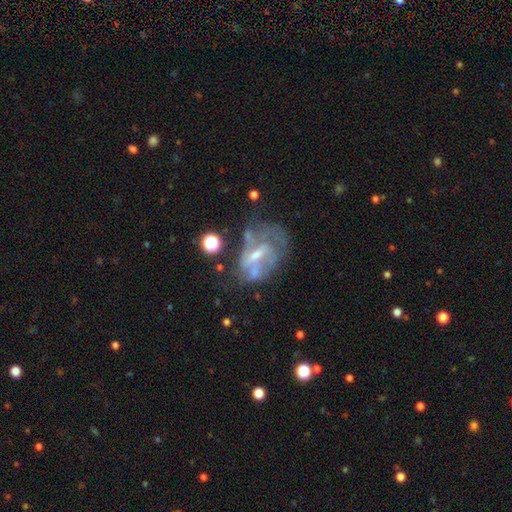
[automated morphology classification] Smooth or featured? Predicted: featured or disk (p=0.71). Edge-on disk? Predicted: no (p=0.96). Bar? Predicted: weak (p=0.45). Spiral arms? Predicted: yes (p=0.56). Bulge size? Predicted: small (p=0.49). Merging? Predicted: none (p=0.39).